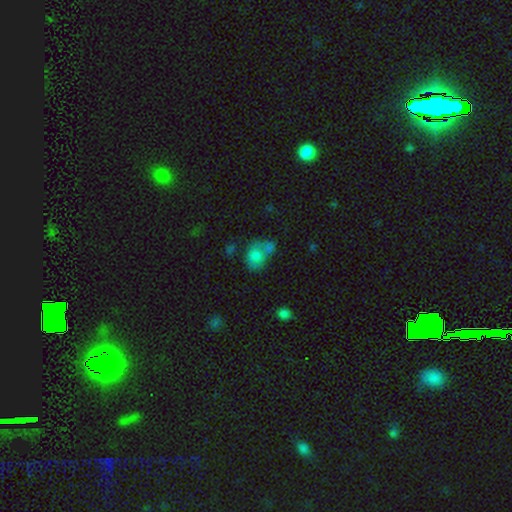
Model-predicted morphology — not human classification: A smooth galaxy with no disk features (71%) that is in between round and cigar-shaped (64%). Merging: merger (43%).